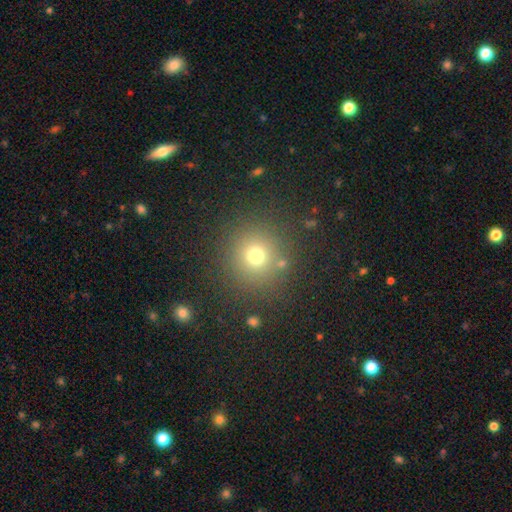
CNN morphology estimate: type=smooth (71%); roundness=round (93%); merging=none (85%).